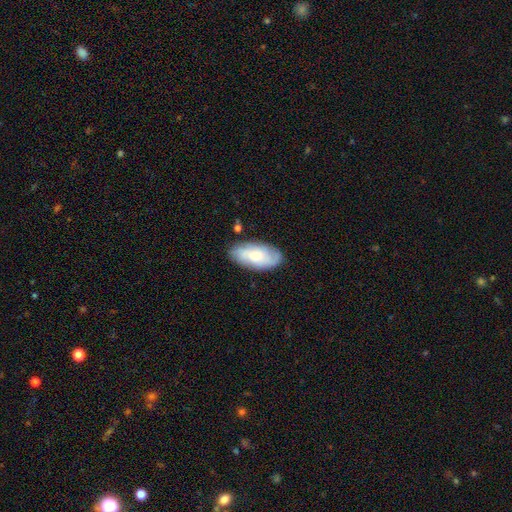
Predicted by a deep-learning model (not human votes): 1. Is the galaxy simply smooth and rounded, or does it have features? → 56% smooth, 38% featured or disk, 7% star or artifact.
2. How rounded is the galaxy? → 92% in between, 5% cigar-shaped, 3% round.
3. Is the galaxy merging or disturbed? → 78% none, 16% minor disturbance, 4% major disturbance, 2% merger.